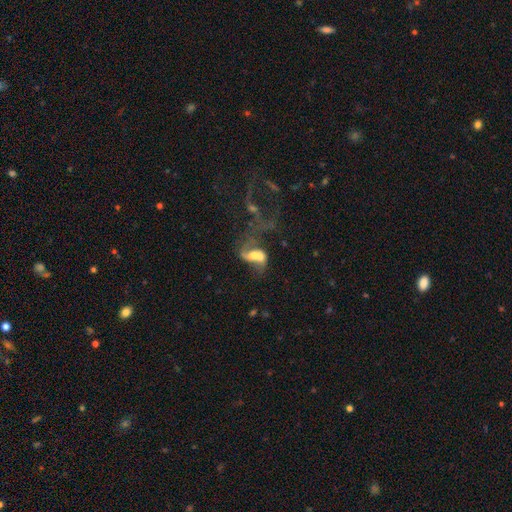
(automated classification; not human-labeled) smooth_or_featured: featured or disk (p=0.61) [alt: smooth p=0.28]
disk_edge_on: no (p=0.96) [alt: yes p=0.04]
bar: no (p=0.50) [alt: weak p=0.33]
has_spiral_arms: yes (p=0.68) [alt: no p=0.32]
bulge_size: moderate (p=0.42) [alt: small p=0.22]
merging: merger (p=0.47) [alt: major disturbance p=0.25]